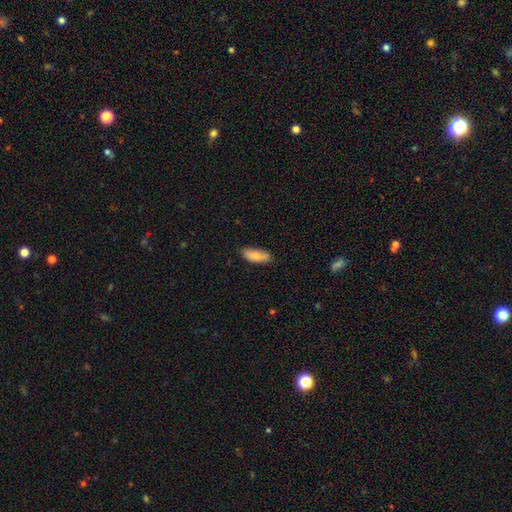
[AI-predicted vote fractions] Smooth or featured: smooth — 84% (featured or disk — 9%)
How rounded: in between — 76% (cigar-shaped — 22%)
Merging: none — 77% (minor disturbance — 18%)